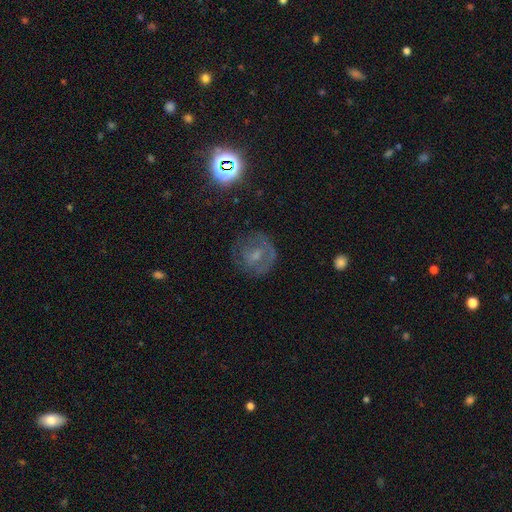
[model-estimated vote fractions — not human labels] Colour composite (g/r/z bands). It shows a featured or disk galaxy (52%). Merging: none (69%).